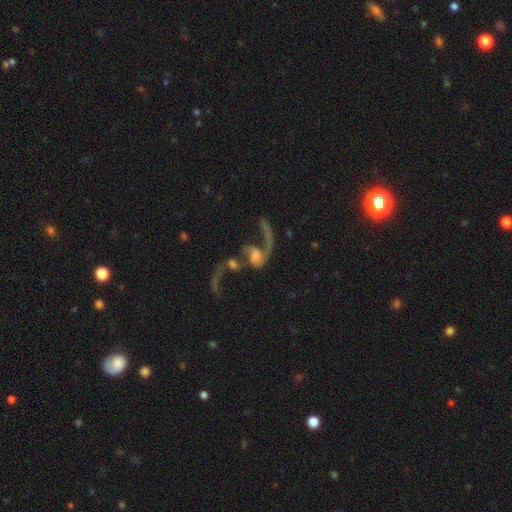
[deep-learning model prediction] Morphology: type=featured or disk (77%); edge-on=no (97%); bar=no (60%); spiral arms=yes (86%); winding=loose (87%); arm count=2 (66%); bulge=moderate (36%); merging=merger (44%).